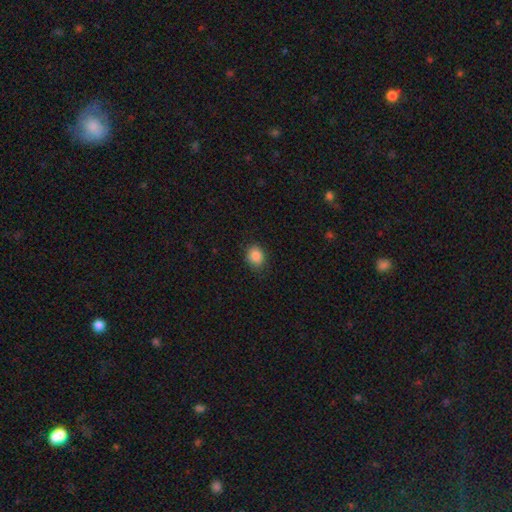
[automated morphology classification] Q: Smooth or featured?
A: smooth (87%); runner-up: star or artifact (9%)
Q: How rounded?
A: round (55%); runner-up: in between (44%)
Q: Merging?
A: none (84%); runner-up: minor disturbance (12%)